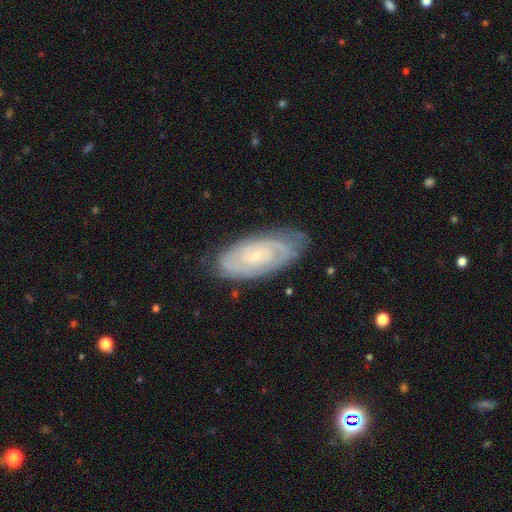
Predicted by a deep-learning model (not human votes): Smooth or featured? featured or disk (79%)
Edge-on disk? no (93%)
Bar? no (73%)
Spiral arms? yes (93%)
Spiral winding? tight (76%)
Spiral arm count? can't tell (39%, tied with 2)
Bulge size? small (80%)
Merging? none (76%)